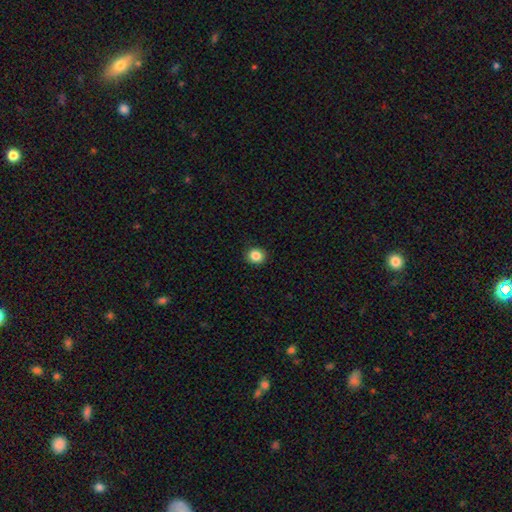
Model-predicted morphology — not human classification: Smooth or featured?
  - smooth: 86% *
  - star or artifact: 10%
  - featured or disk: 4%
How rounded?
  - round: 83% *
  - in between: 16%
  - cigar-shaped: 1%
Merging?
  - none: 91% *
  - minor disturbance: 6%
  - major disturbance: 2%
  - merger: 1%